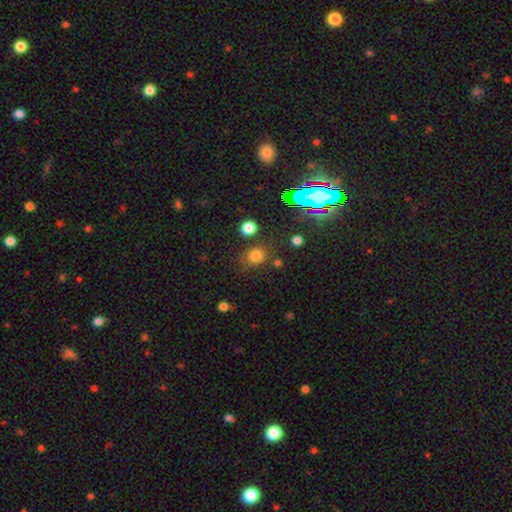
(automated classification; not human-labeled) The model was most divided on "how rounded": round: 66%, in between: 33%, cigar-shaped: 1%. More confident: smooth or featured — smooth (76%); merging — none (74%).